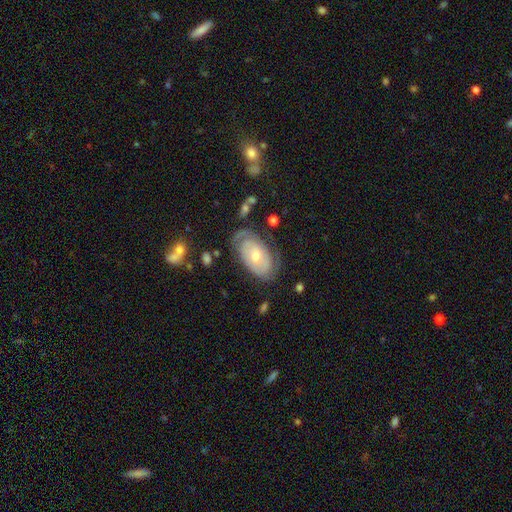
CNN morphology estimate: Overall: featured or disk (67%; smooth 27%). Edge-on disk: no (93%). Bar: no (75%). Spiral arms: yes (73%). Bulge size: moderate (58%; small 37%). Merging: none (62%; minor disturbance 23%).